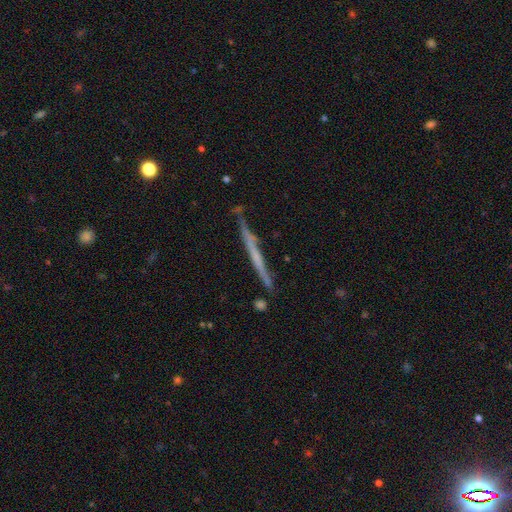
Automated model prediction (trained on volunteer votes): smooth-or-featured: featured or disk: 59% | smooth: 34% | star or artifact: 7%
  disk-edge-on: yes: 97% | no: 3%
    edge-on-bulge: none: 82% | rounded: 13% | boxy: 5%
  merging: none: 85% | minor disturbance: 10% | merger: 2% | major disturbance: 2%